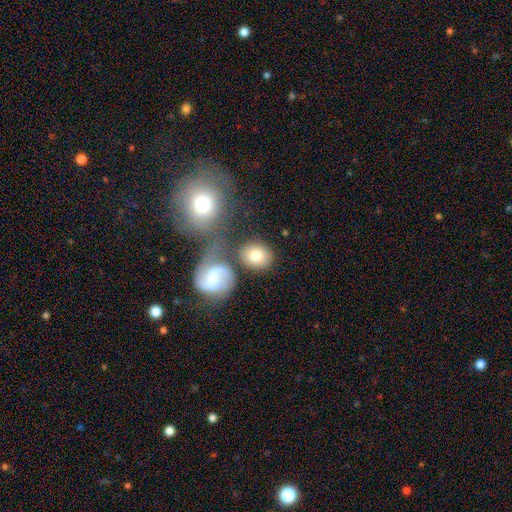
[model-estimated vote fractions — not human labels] The model was most divided on "how rounded": round: 60%, in between: 38%, cigar-shaped: 1%. More confident: smooth or featured — smooth (74%); merging — none (74%).